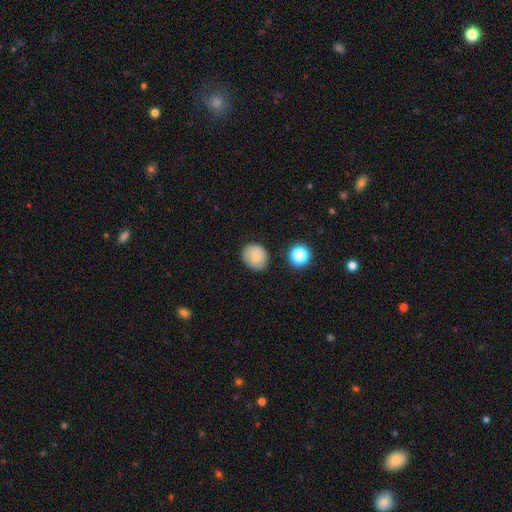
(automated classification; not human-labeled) smooth 78%, featured or disk 12%, star or artifact 10%. Down the decision tree: how rounded — round (72%); merging — none (80%).